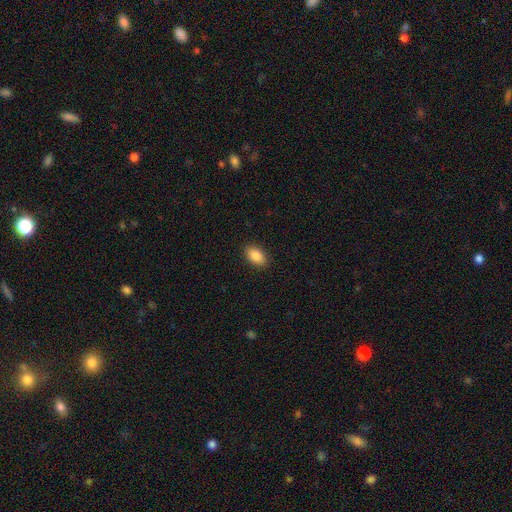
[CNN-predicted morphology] A smooth galaxy with no disk features (87%) that is in between round and cigar-shaped (92%). Merging: none (89%).